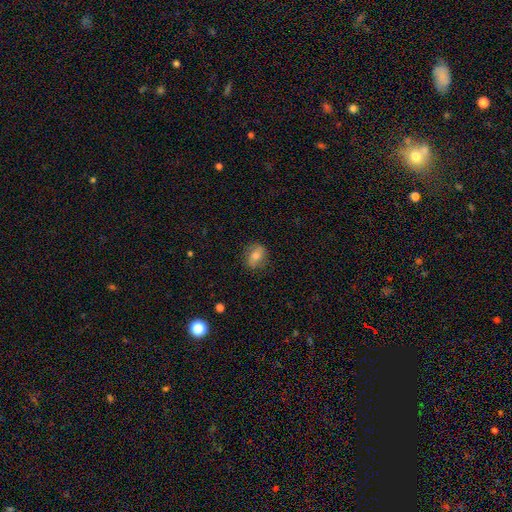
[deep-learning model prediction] Smooth or featured?
  - smooth: 57% *
  - featured or disk: 31%
  - star or artifact: 12%
How rounded?
  - in between: 54% *
  - round: 43%
  - cigar-shaped: 3%
Merging?
  - none: 82% *
  - minor disturbance: 13%
  - major disturbance: 3%
  - merger: 1%